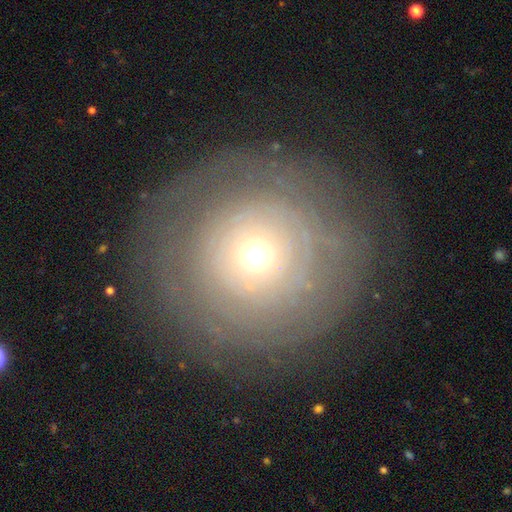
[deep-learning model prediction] Q: Smooth or featured?
A: featured or disk (63%); runner-up: smooth (26%)
Q: Edge-on disk?
A: no (96%); runner-up: yes (4%)
Q: Bar?
A: no (88%); runner-up: weak (8%)
Q: Spiral arms?
A: yes (67%); runner-up: no (33%)
Q: Bulge size?
A: moderate (49%); runner-up: small (39%)
Q: Merging?
A: none (68%); runner-up: major disturbance (15%)